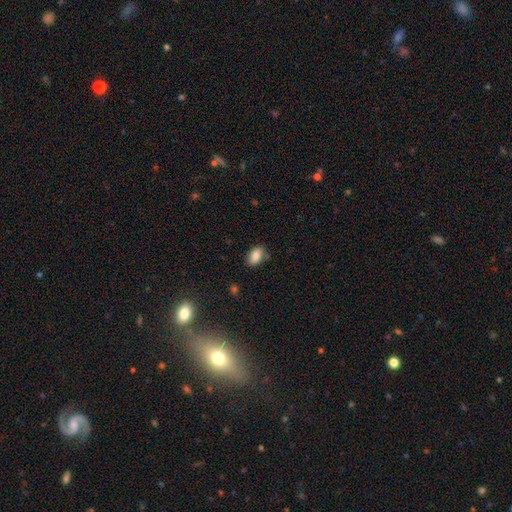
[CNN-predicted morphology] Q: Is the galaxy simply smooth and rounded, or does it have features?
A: smooth — 85%.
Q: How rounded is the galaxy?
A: in between — 89%.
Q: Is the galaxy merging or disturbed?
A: none — 76%.